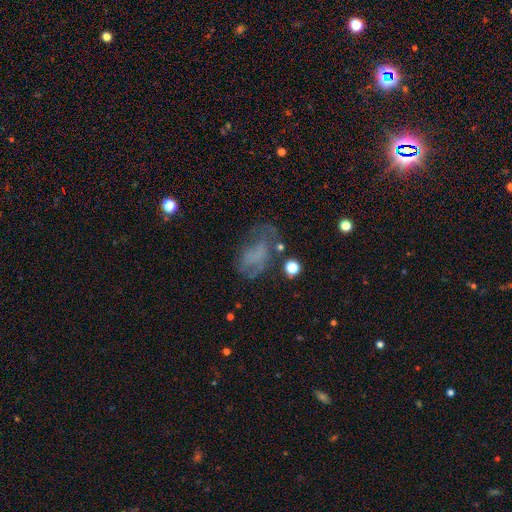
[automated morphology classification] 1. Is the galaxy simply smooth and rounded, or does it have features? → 43% smooth, 41% featured or disk, 16% star or artifact.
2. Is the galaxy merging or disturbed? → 39% none, 31% major disturbance, 24% minor disturbance, 5% merger.